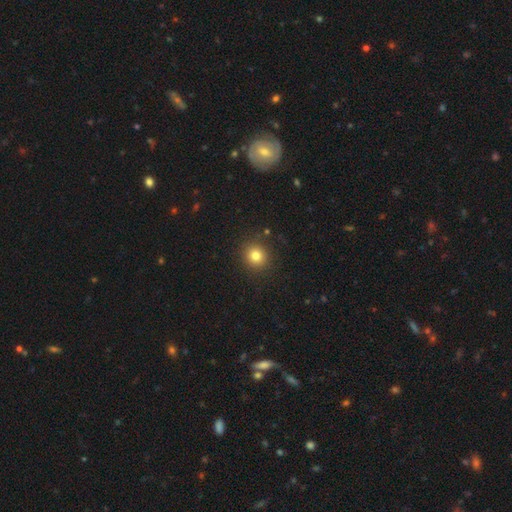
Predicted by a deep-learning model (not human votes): The model was most divided on "smooth or featured": smooth: 80%, star or artifact: 13%, featured or disk: 7%. More confident: merging — none (89%); how rounded — round (88%).